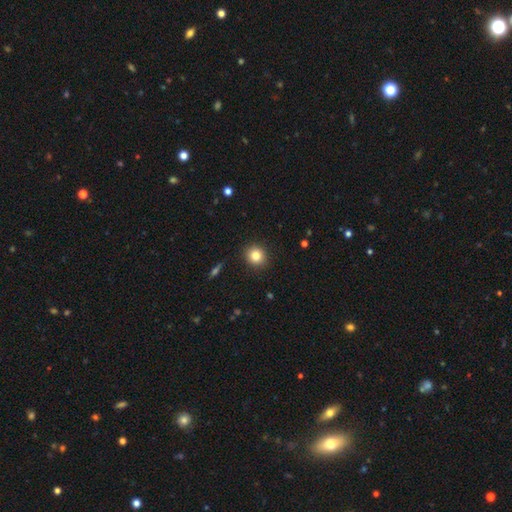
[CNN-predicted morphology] This is clearly a smooth galaxy (81%). How rounded: clearly round (86%). Merging: clearly none (91%).